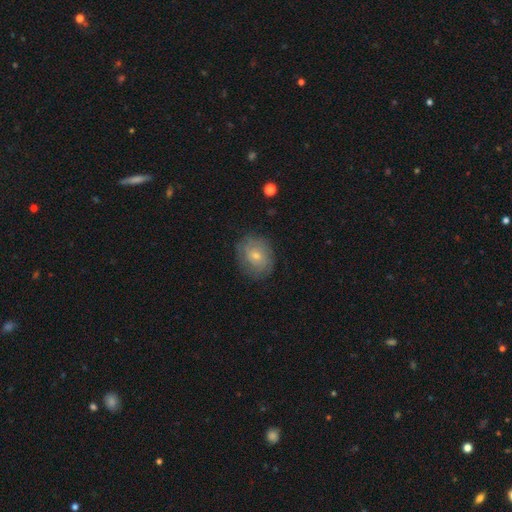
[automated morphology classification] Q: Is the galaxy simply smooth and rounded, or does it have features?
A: smooth — 51%.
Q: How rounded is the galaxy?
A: round — 63%.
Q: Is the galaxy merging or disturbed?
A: none — 79%.